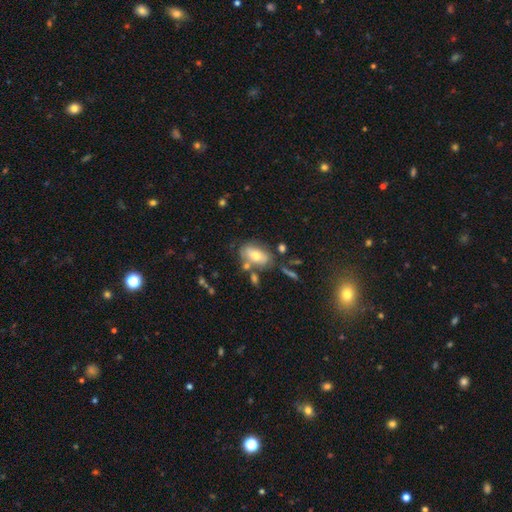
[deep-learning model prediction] The model was most divided on "smooth or featured": smooth: 63%, featured or disk: 28%, star or artifact: 8%. More confident: how rounded — in between (90%); merging — none (60%).